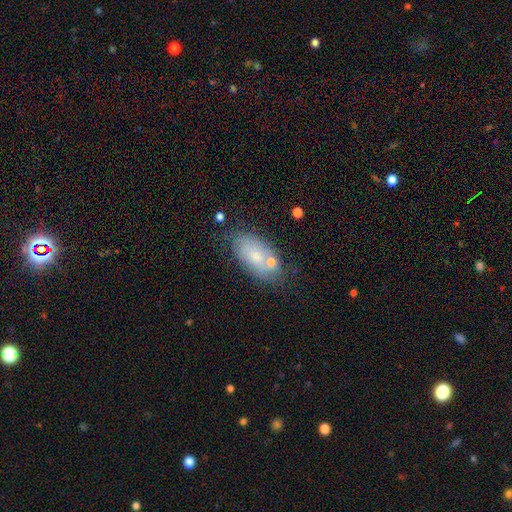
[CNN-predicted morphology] Smooth or featured: smooth — 63% (featured or disk — 27%)
How rounded: in between — 90% (cigar-shaped — 5%)
Merging: none — 64% (minor disturbance — 20%)